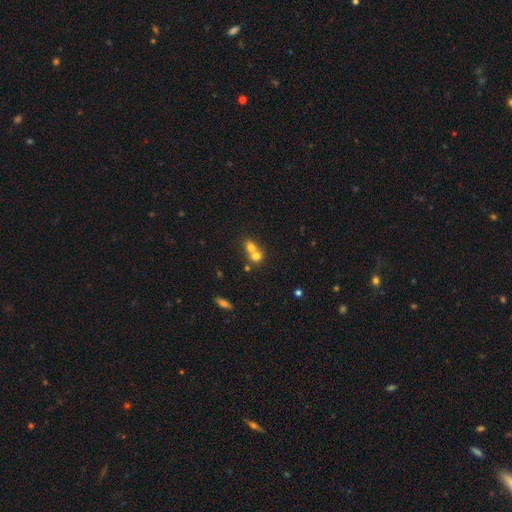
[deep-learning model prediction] Smooth or featured?
  - smooth: 69% *
  - featured or disk: 18%
  - star or artifact: 13%
How rounded?
  - round: 64% *
  - in between: 34%
  - cigar-shaped: 2%
Merging?
  - merger: 67% *
  - none: 25%
  - minor disturbance: 5%
  - major disturbance: 3%